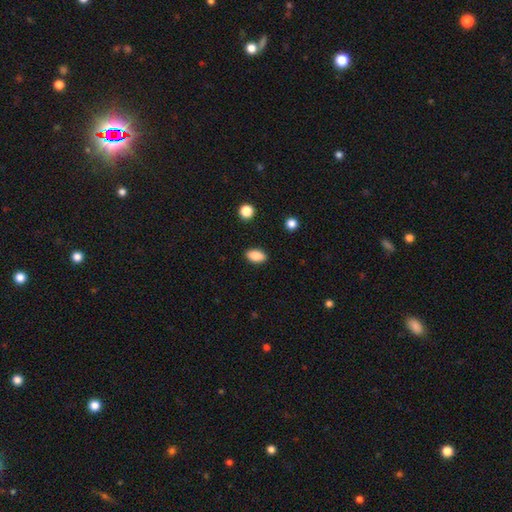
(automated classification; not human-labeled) Smooth or featured? Predicted: smooth (p=0.87). How rounded? Predicted: in between (p=0.91). Merging? Predicted: none (p=0.89).